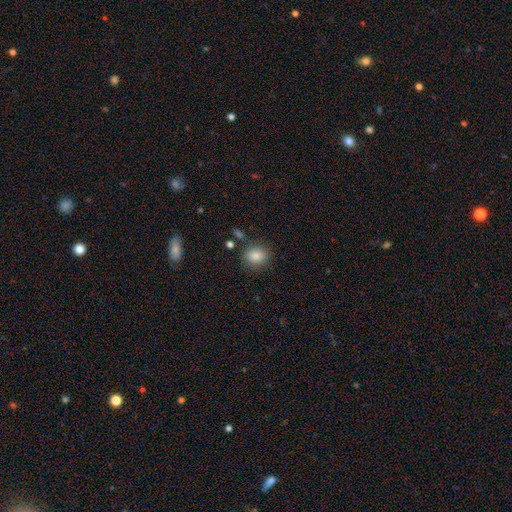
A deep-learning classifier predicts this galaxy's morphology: The model was most divided on "how rounded": round: 56%, in between: 42%, cigar-shaped: 1%. More confident: smooth or featured — smooth (85%); merging — none (81%).